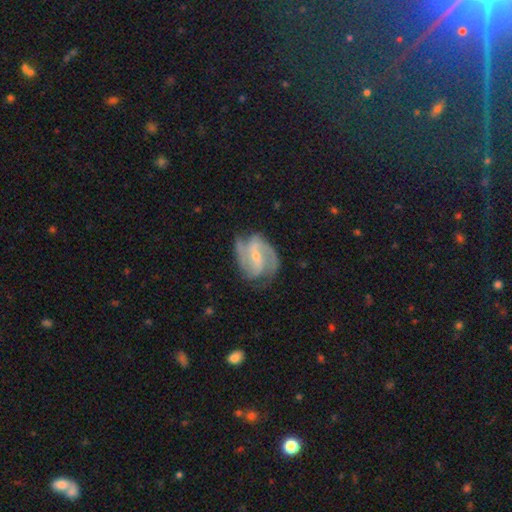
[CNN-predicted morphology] Smooth or featured? featured or disk (88%)
Edge-on disk? no (97%)
Bar? weak (44%)
Spiral arms? yes (97%)
Spiral winding? medium (52%)
Spiral arm count? 2 (65%)
Bulge size? small (63%)
Merging? none (69%)